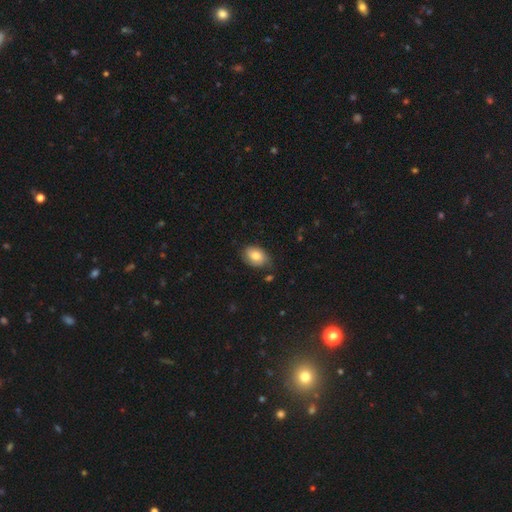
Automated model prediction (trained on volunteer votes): Smooth or featured: smooth — 72% (featured or disk — 21%)
How rounded: in between — 83% (round — 16%)
Merging: none — 66% (minor disturbance — 26%)